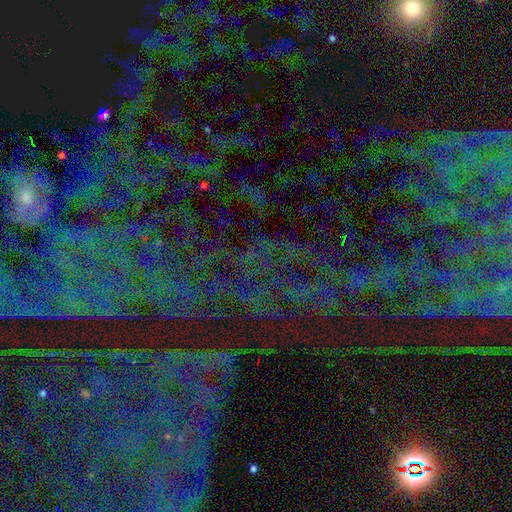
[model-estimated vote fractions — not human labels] star or artifact 79%, featured or disk 10%, smooth 10%.